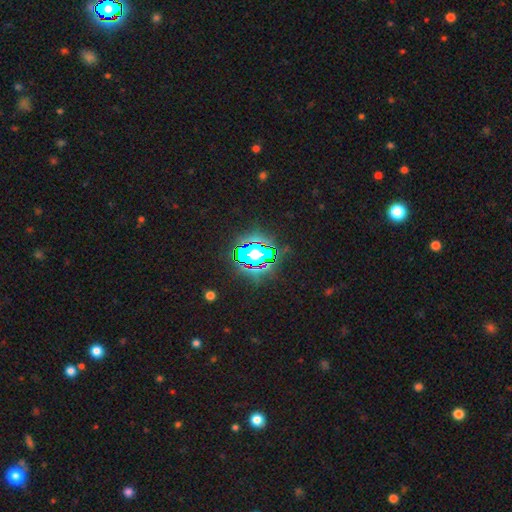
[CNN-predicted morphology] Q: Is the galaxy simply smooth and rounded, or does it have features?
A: star or artifact — 73%.